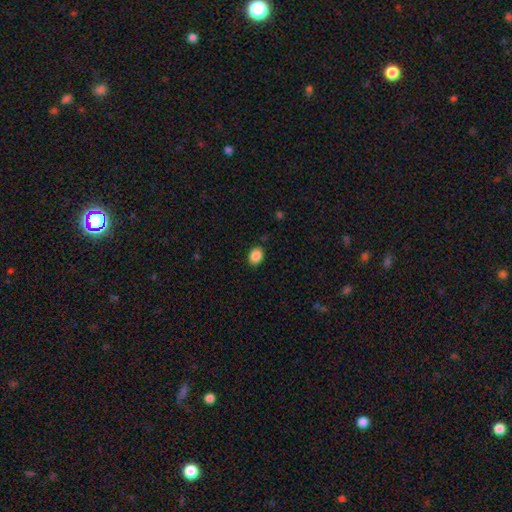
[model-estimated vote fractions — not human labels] This appears to be a smooth galaxy with no disk features (88%) that is in between round and cigar-shaped (63%). Merging: none (87%).